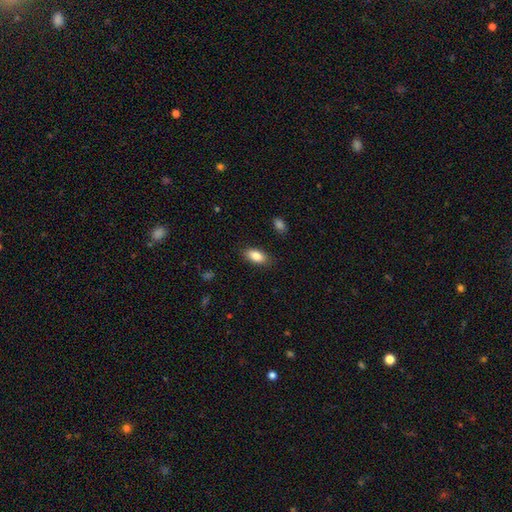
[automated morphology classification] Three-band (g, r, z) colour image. It shows a smooth galaxy with no disk features (86%) that is in between round and cigar-shaped (90%). Merging: none (86%).